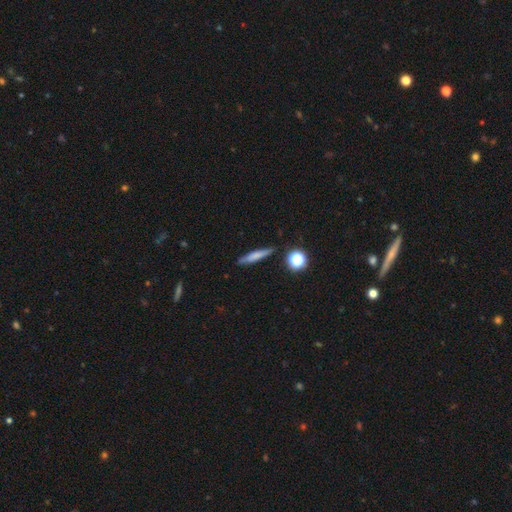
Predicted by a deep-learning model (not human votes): A smooth galaxy with no disk features (68%) that is cigar-shaped (84%).

Vote fractions:
- Smooth or featured? smooth: 68% / featured or disk: 22% / star or artifact: 10%
- How rounded? cigar-shaped: 84% / in between: 11% / round: 5%
- Merging? none: 83% / minor disturbance: 12% / major disturbance: 3% / merger: 3%